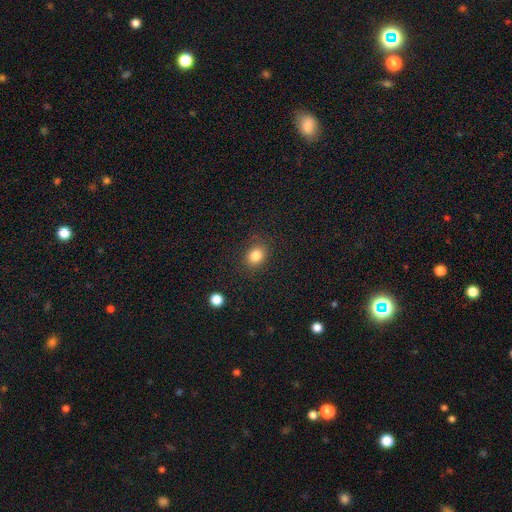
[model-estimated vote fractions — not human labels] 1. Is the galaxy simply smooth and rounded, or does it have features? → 83% smooth, 11% star or artifact, 6% featured or disk.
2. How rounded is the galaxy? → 52% round, 47% in between, 1% cigar-shaped.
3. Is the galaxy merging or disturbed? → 85% none, 10% minor disturbance, 3% major disturbance, 1% merger.